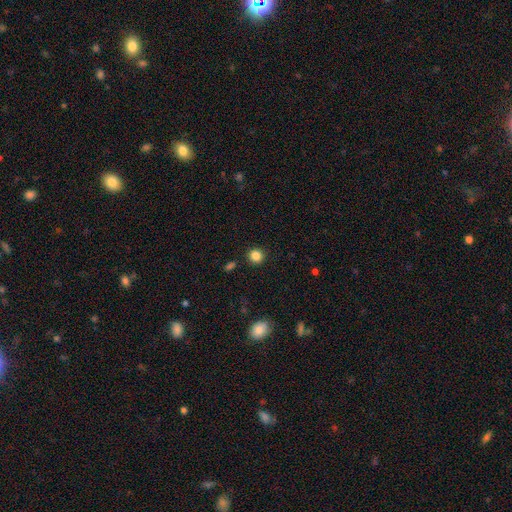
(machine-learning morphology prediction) A smooth galaxy with no disk features (85%) that is round (92%). Merging: none (91%).